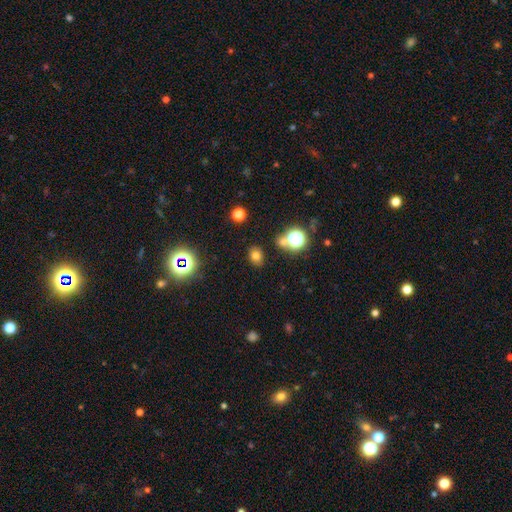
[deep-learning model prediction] smooth-or-featured: smooth: 70% | star or artifact: 22% | featured or disk: 8%
  how-rounded: round: 51% | in between: 48% | cigar-shaped: 1%
  merging: none: 81% | minor disturbance: 11% | merger: 5% | major disturbance: 3%